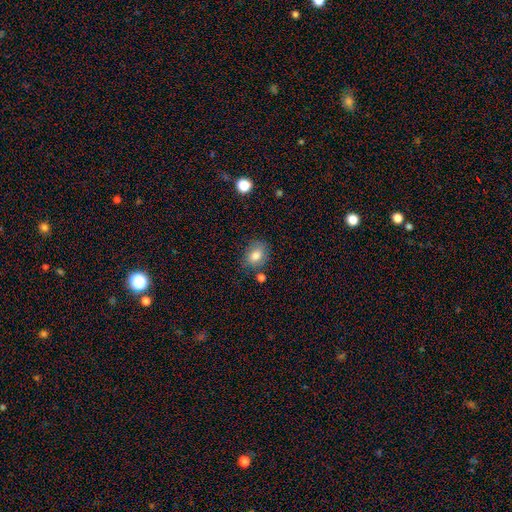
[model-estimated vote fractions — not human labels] This appears to be a smooth galaxy with no disk features (79%) that is in between round and cigar-shaped (61%). Merging: none (68%).